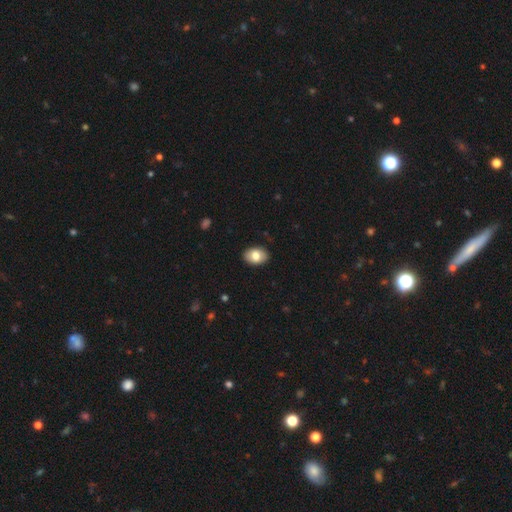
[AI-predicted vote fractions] Smooth or featured: smooth — 80% (featured or disk — 13%)
How rounded: in between — 83% (round — 15%)
Merging: none — 89% (minor disturbance — 8%)